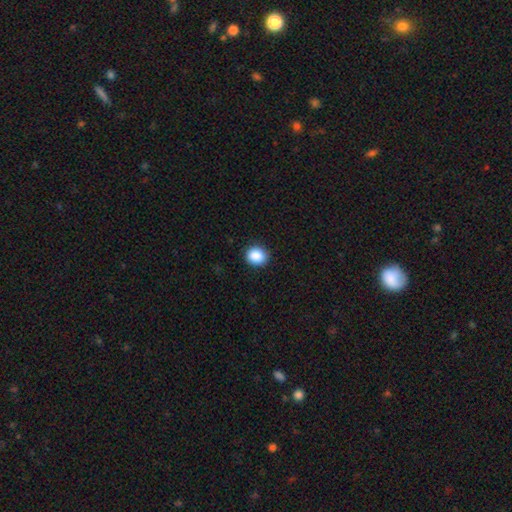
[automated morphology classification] Smooth or featured: smooth — 88% (star or artifact — 9%)
How rounded: round — 78% (in between — 21%)
Merging: none — 90% (minor disturbance — 8%)